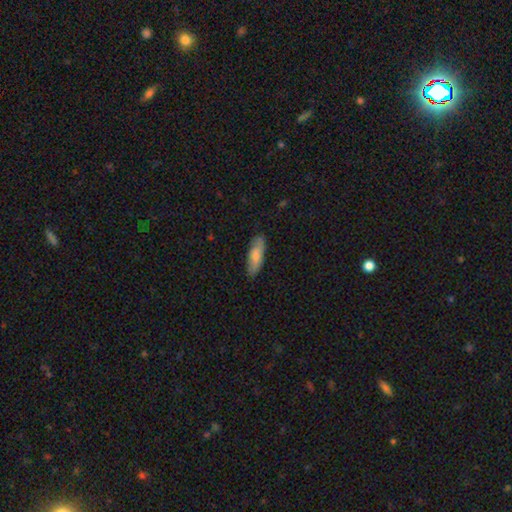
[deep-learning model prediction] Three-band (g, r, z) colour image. It shows a smooth galaxy with no disk features (70%) that is in between round and cigar-shaped (54%). Merging: none (84%).